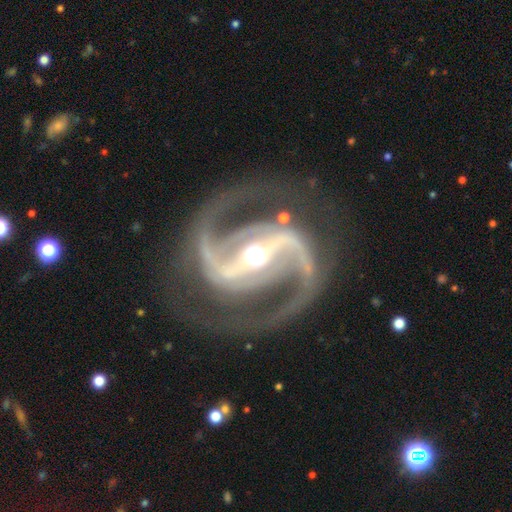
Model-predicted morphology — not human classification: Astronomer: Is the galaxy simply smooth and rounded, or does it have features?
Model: featured or disk — 94%.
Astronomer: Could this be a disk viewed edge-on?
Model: no — 98%.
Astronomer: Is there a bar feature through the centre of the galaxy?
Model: strong — 74%.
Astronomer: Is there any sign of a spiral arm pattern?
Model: yes — 99%.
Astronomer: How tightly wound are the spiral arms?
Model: medium — 66%.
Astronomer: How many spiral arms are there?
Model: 2 — 93%.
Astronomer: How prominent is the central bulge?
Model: moderate — 67%.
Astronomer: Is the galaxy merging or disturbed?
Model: none — 79%.